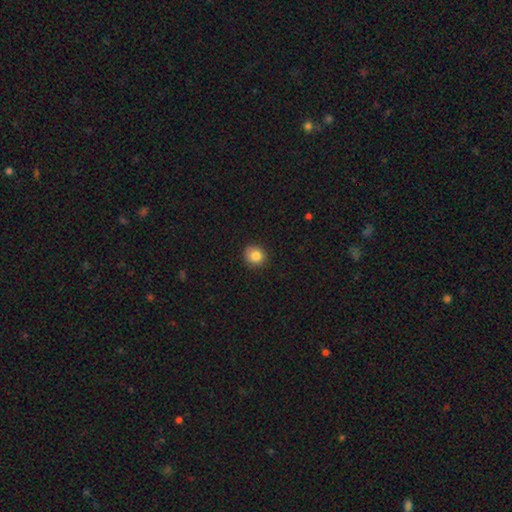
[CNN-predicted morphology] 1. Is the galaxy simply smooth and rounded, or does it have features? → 84% smooth, 10% star or artifact, 6% featured or disk.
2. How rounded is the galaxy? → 85% round, 14% in between, 1% cigar-shaped.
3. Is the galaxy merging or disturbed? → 85% none, 12% minor disturbance, 2% major disturbance, 1% merger.